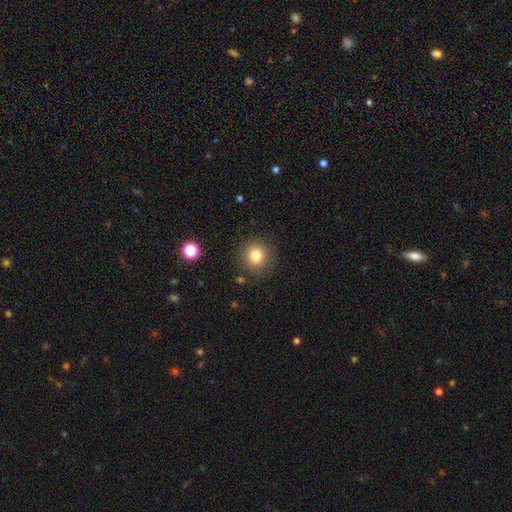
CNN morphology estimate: This is clearly a smooth galaxy (81%). How rounded: clearly round (91%). Merging: clearly none (86%).